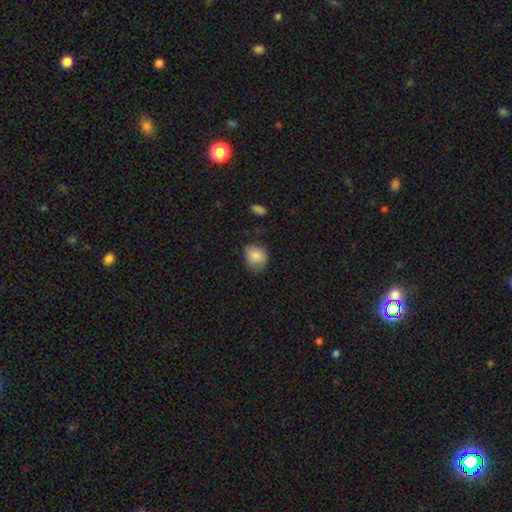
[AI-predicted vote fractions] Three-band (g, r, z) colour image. It shows a smooth galaxy with no disk features (84%) that is round (70%). Merging: none (64%).